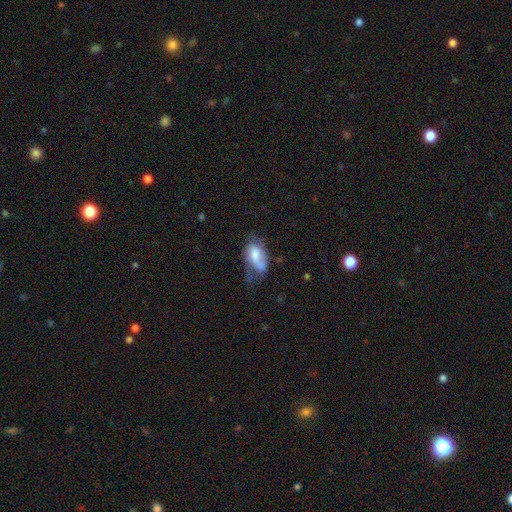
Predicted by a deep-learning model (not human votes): The model was most divided on "merging": minor disturbance: 32%, none: 31%, major disturbance: 30%, merger: 7%. Remaining: smooth or featured — smooth (49%).